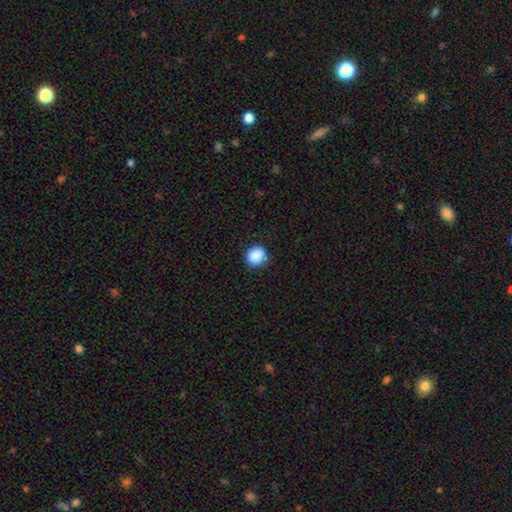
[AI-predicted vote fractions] A smooth galaxy with no disk features (88%) that is round (76%). Merging: none (79%).